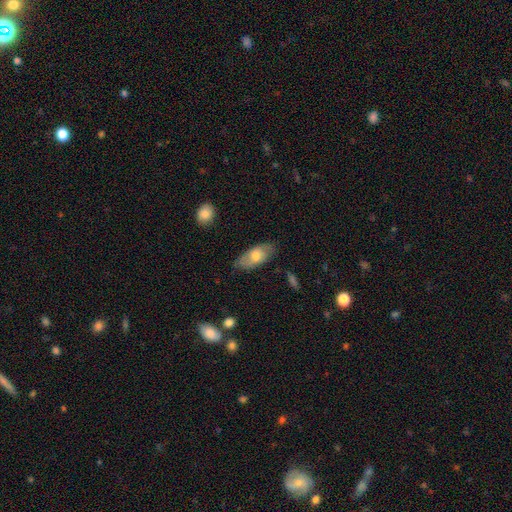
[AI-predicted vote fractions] smooth 63%, featured or disk 31%, star or artifact 6%. Down the decision tree: how rounded — in between (89%); merging — none (76%).